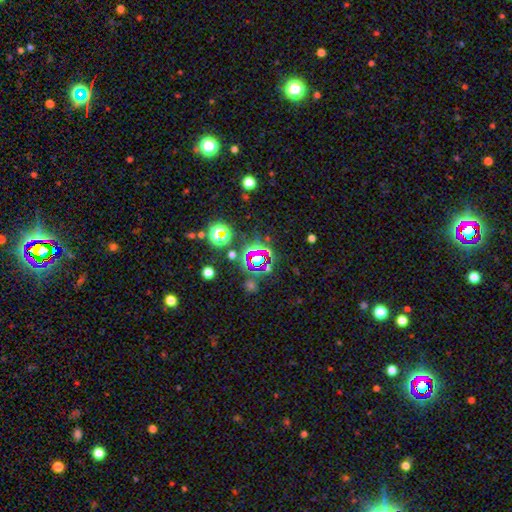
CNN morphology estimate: Q: Smooth or featured?
A: star or artifact (69%); runner-up: smooth (20%)